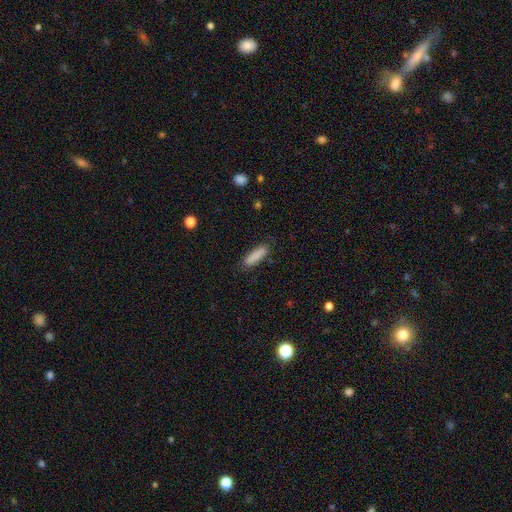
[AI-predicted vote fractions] Smooth or featured? smooth (87%)
How rounded? cigar-shaped (69%)
Merging? none (85%)